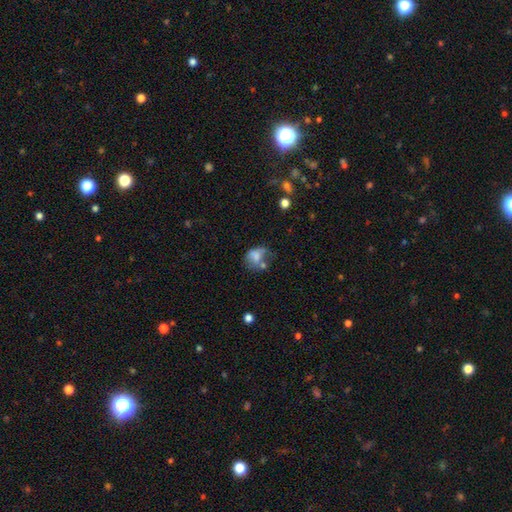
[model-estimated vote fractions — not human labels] smooth 62%, featured or disk 27%, star or artifact 12%. Down the decision tree: how rounded — in between (54%); merging — none (28%).